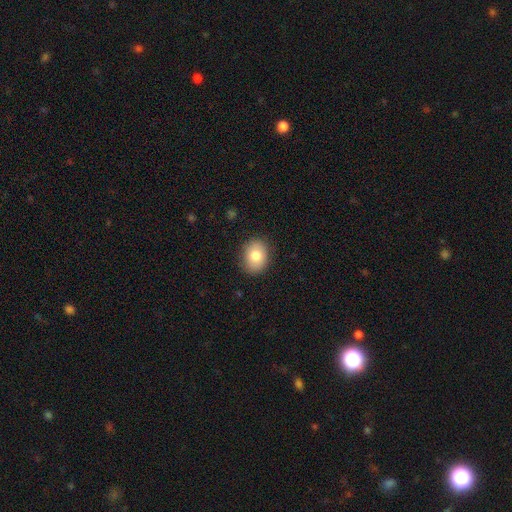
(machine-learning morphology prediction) Smooth or featured?
  - smooth: 79% *
  - featured or disk: 13%
  - star or artifact: 9%
How rounded?
  - in between: 52% *
  - round: 47%
  - cigar-shaped: 1%
Merging?
  - none: 87% *
  - minor disturbance: 10%
  - major disturbance: 2%
  - merger: 1%